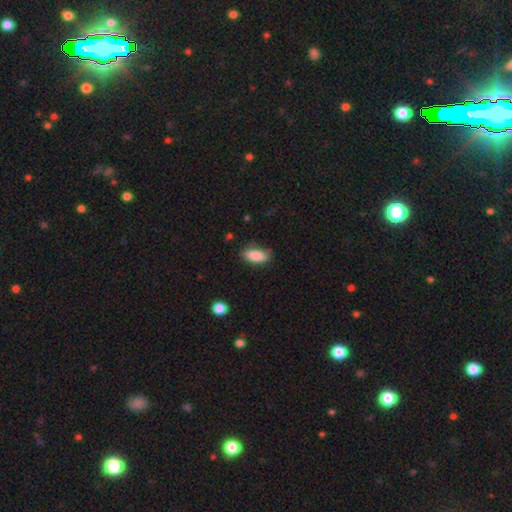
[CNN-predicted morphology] The model was most divided on "merging": none: 78%, minor disturbance: 17%, major disturbance: 3%, merger: 2%. More confident: how rounded — in between (86%); smooth or featured — smooth (85%).